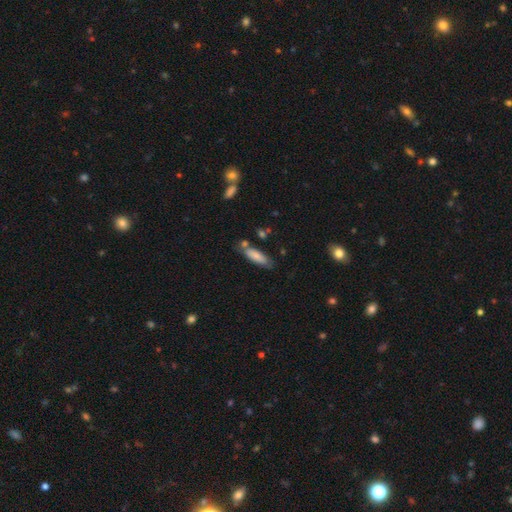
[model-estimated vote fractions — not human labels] smooth 80%, featured or disk 13%, star or artifact 7%. Down the decision tree: how rounded — cigar-shaped (50%); merging — none (65%).